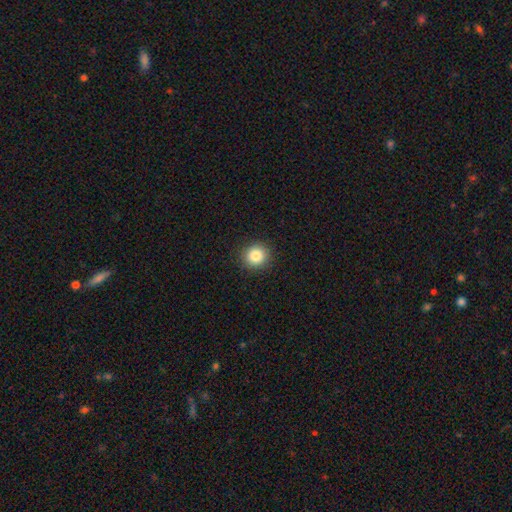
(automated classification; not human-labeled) This appears to be a smooth galaxy with no disk features (84%) that is round (90%). Merging: none (92%).